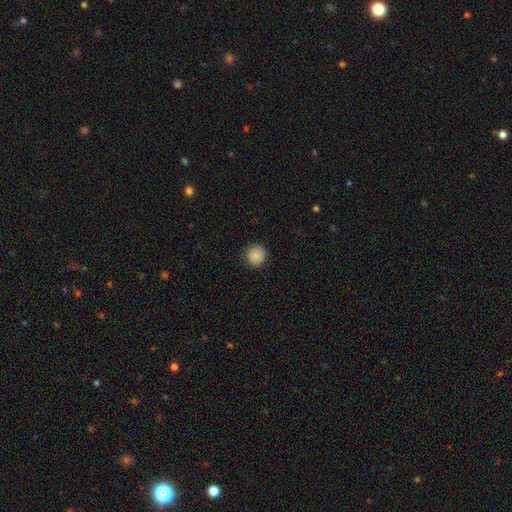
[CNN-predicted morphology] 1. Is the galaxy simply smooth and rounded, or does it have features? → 87% smooth, 9% star or artifact, 4% featured or disk.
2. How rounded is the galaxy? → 93% round, 6% in between, 1% cigar-shaped.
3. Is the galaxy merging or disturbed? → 87% none, 10% minor disturbance, 3% major disturbance, 1% merger.